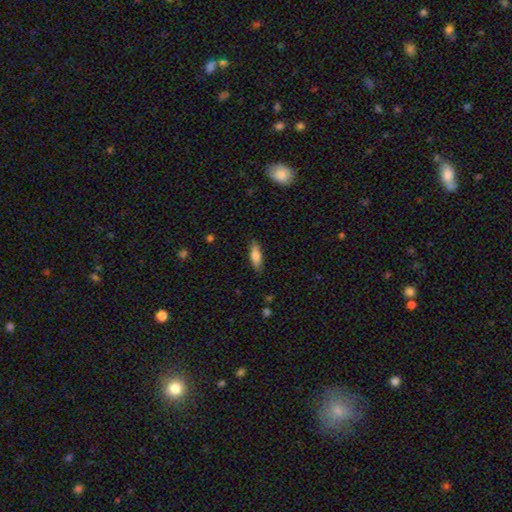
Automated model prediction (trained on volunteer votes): Smooth or featured?
  - smooth: 77% *
  - featured or disk: 16%
  - star or artifact: 7%
How rounded?
  - in between: 59% *
  - cigar-shaped: 39%
  - round: 2%
Merging?
  - none: 86% *
  - minor disturbance: 11%
  - major disturbance: 2%
  - merger: 1%